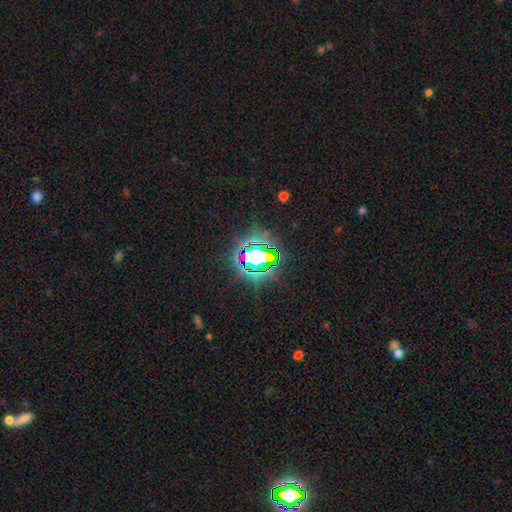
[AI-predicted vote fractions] Smooth or featured?
  - star or artifact: 73% *
  - smooth: 15%
  - featured or disk: 12%